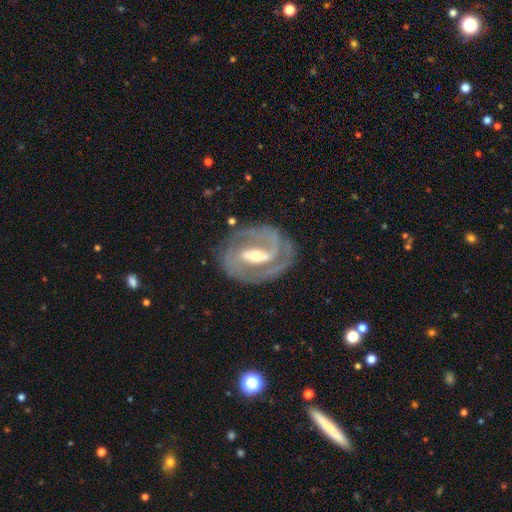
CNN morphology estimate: smooth-or-featured: featured or disk: 88% | smooth: 7% | star or artifact: 5%
  disk-edge-on: no: 96% | yes: 4%
    bar: strong: 56% | weak: 33% | no: 11%
    has-spiral-arms: yes: 94% | no: 6%
      spiral-winding: tight: 53% | medium: 39% | loose: 8%
      spiral-arm-count: 2: 80% | can't tell: 7% | 3: 6% | 1: 4% | 4: 1% | more than 4: 1%
    bulge-size: moderate: 56% | small: 38% | large: 5% | none: 1% | dominant: 1%
  merging: none: 77% | minor disturbance: 15% | major disturbance: 7% | merger: 2%